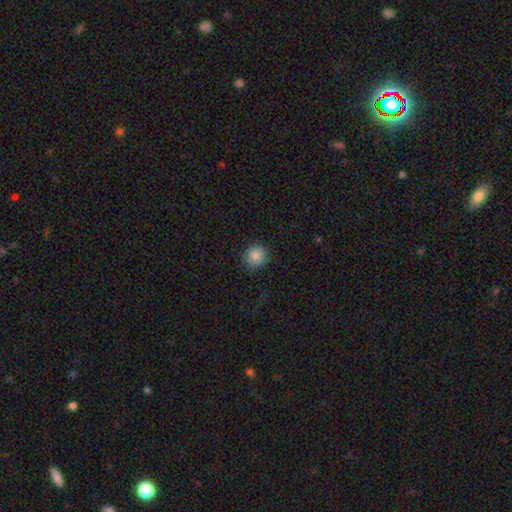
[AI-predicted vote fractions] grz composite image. It shows a smooth galaxy with no disk features (86%) that is round (90%). Merging: none (87%).